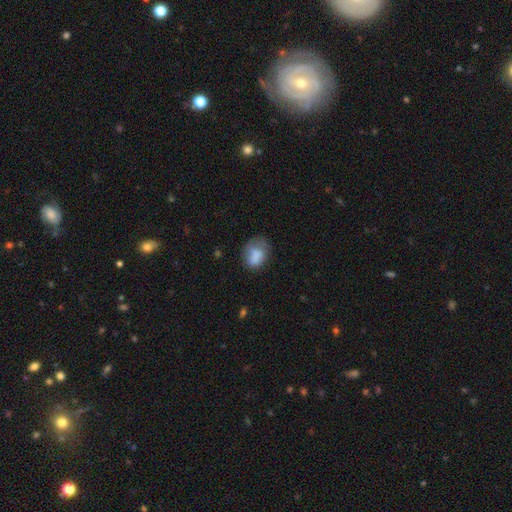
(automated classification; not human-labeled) smooth 75%, featured or disk 16%, star or artifact 9%. Down the decision tree: how rounded — in between (56%); merging — none (44%).